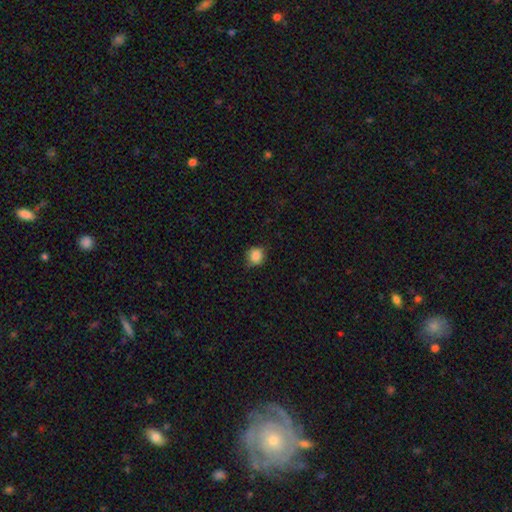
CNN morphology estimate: This is clearly a smooth galaxy (87%). How rounded: clearly round (84%). Merging: likely none (78%).